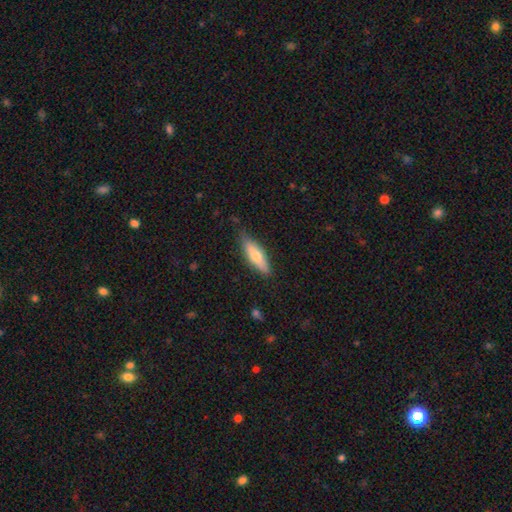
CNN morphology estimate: Overall: smooth (64%; featured or disk 30%). How rounded: cigar-shaped (50%; in between 47%). Merging: none (80%).